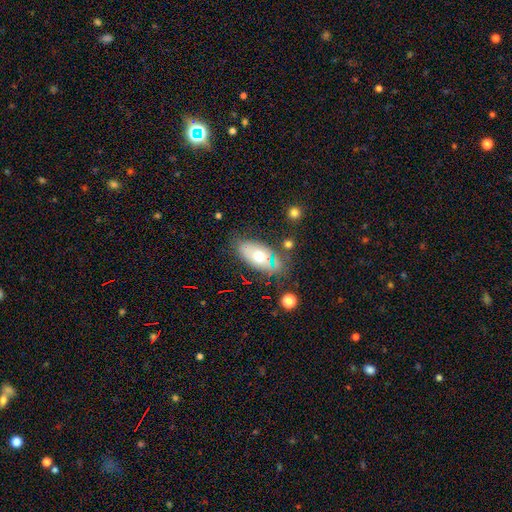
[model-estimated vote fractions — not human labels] This appears to be a featured or disk galaxy (48%). Merging: none (67%).